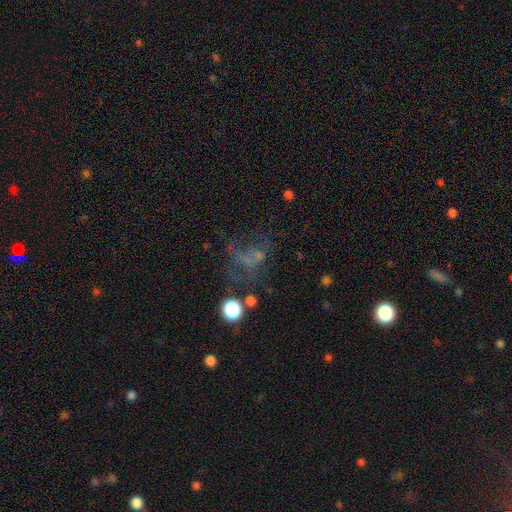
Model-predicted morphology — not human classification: A featured or disk galaxy (37%). Merging: none (37%, tied with major disturbance).